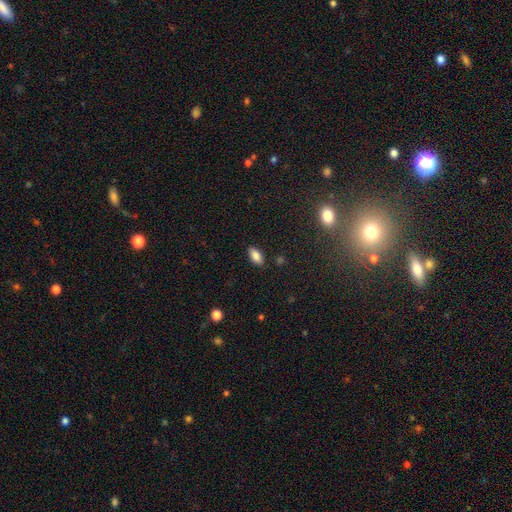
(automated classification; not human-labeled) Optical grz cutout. It shows a smooth galaxy with no disk features (82%) that is in between round and cigar-shaped (89%). Merging: none (87%).